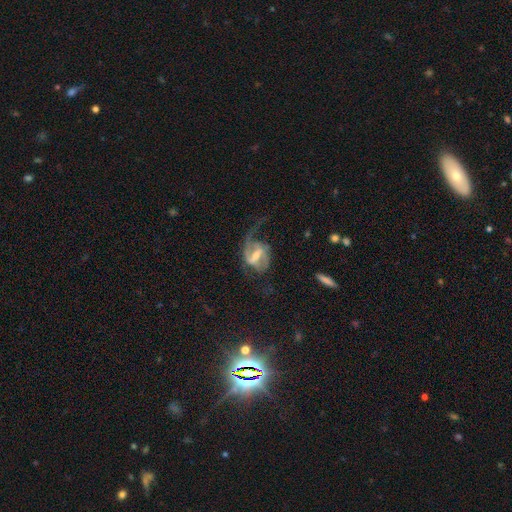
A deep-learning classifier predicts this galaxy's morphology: Overall: featured or disk (85%). Edge-on disk: no (97%). Bar: strong (49%; weak 41%). Spiral arms: yes (92%). Spiral arm count: 2 (79%). Spiral winding: loose (48%; medium 39%). Bulge size: moderate (48%; small 41%). Merging: none (45%; major disturbance 34%).